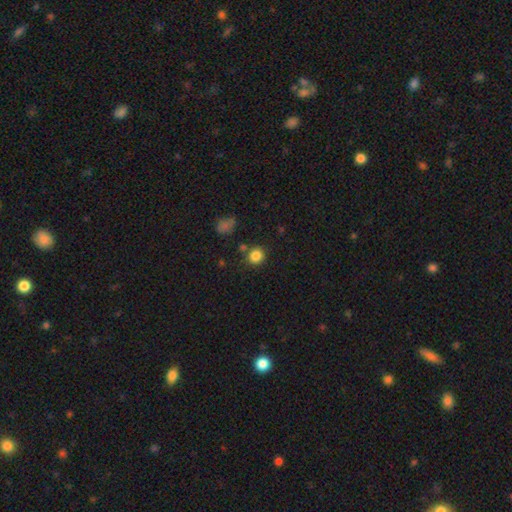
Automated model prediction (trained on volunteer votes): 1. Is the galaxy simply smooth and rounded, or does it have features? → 84% smooth, 12% star or artifact, 5% featured or disk.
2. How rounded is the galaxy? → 87% round, 12% in between, 1% cigar-shaped.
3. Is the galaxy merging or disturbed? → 81% none, 10% minor disturbance, 7% merger, 3% major disturbance.